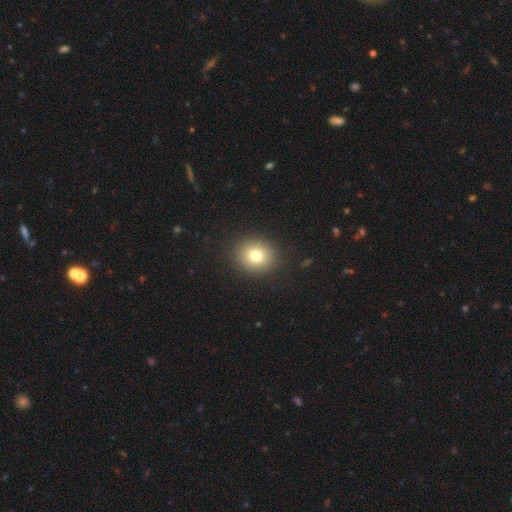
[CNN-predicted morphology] Q: Smooth or featured?
A: smooth (79%); runner-up: star or artifact (12%)
Q: How rounded?
A: round (78%); runner-up: in between (21%)
Q: Merging?
A: none (91%); runner-up: minor disturbance (6%)